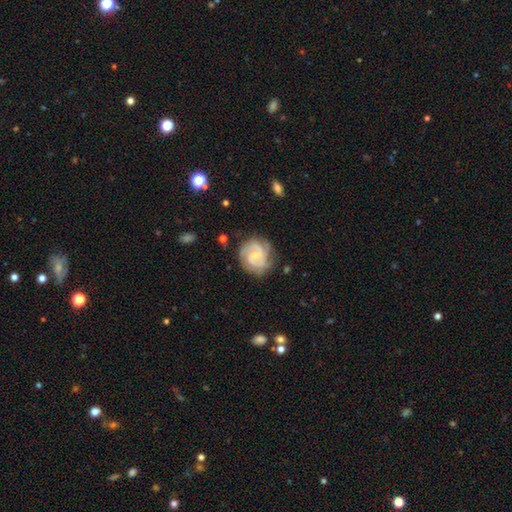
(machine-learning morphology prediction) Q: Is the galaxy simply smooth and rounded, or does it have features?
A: featured or disk — 86%.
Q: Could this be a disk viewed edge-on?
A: no — 98%.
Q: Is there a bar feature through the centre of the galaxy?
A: no — 46%.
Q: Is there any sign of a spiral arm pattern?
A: yes — 97%.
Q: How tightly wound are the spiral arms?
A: tight — 51%.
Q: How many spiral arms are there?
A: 2 — 51%.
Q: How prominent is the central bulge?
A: small — 68%.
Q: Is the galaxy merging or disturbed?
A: none — 75%.